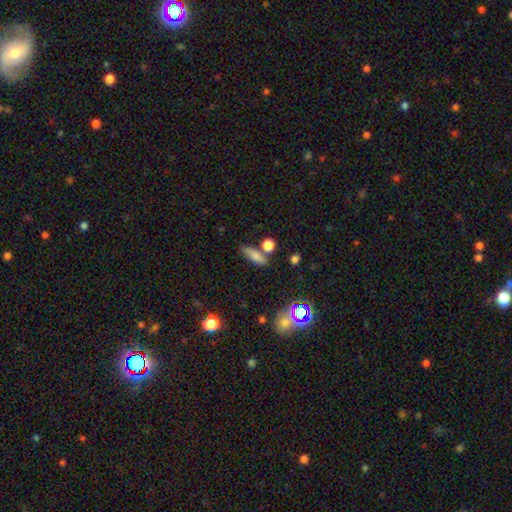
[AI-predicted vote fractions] Smooth or featured: smooth — 76% (featured or disk — 12%)
How rounded: in between — 52% (cigar-shaped — 39%)
Merging: none — 67% (merger — 15%)